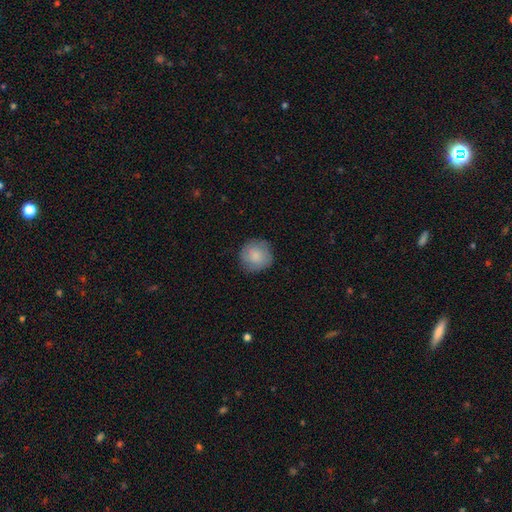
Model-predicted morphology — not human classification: Overall: smooth (82%). How rounded: round (93%). Merging: none (83%).